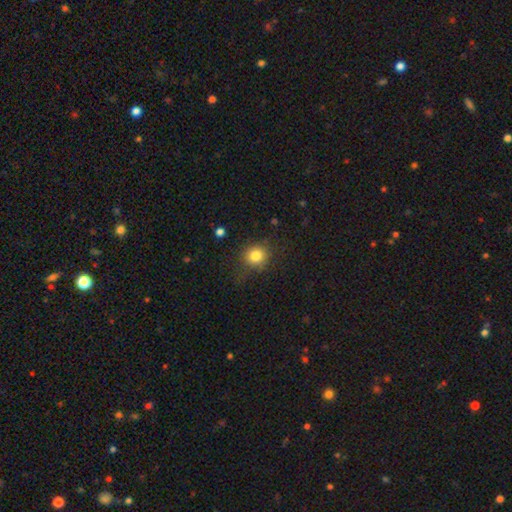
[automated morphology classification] Smooth or featured? Predicted: smooth (p=0.82). How rounded? Predicted: round (p=0.85). Merging? Predicted: none (p=0.77).